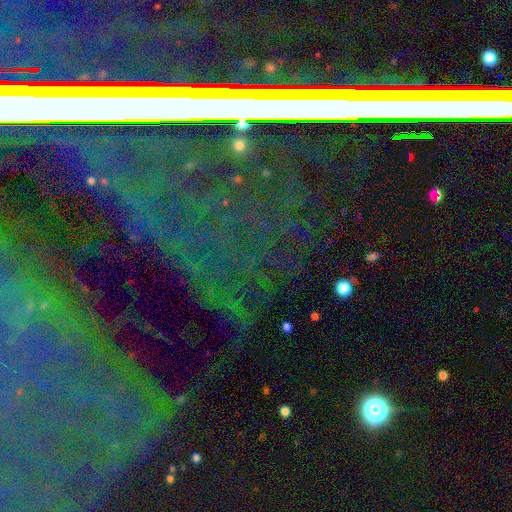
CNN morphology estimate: A star or artifact, not a galaxy (70%).